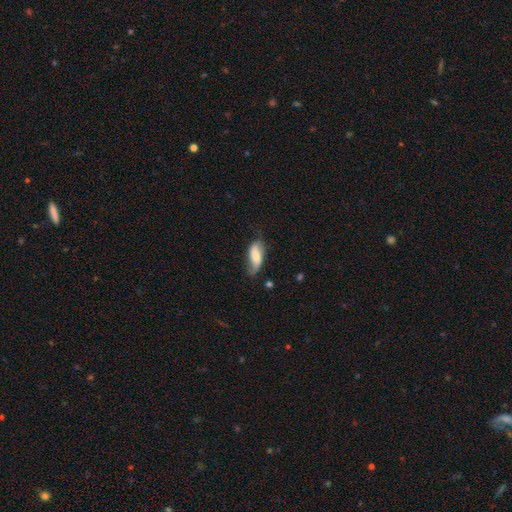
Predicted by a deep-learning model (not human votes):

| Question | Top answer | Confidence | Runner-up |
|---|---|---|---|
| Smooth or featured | smooth | 55% | featured or disk (38%) |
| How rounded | in between | 83% | cigar-shaped (14%) |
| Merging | none | 50% | minor disturbance (34%) |